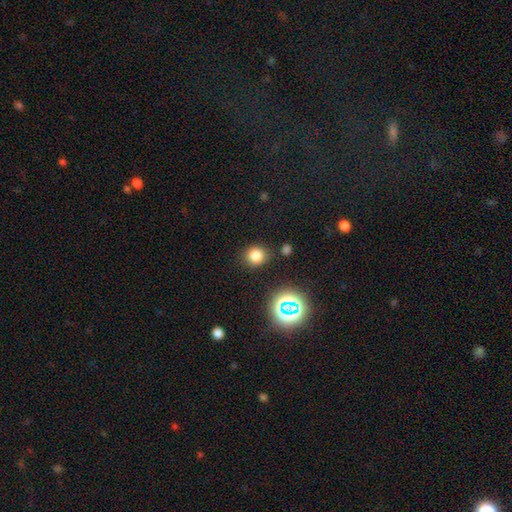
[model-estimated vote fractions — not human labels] smooth 76%, star or artifact 18%, featured or disk 6%. Down the decision tree: how rounded — round (83%); merging — none (83%).